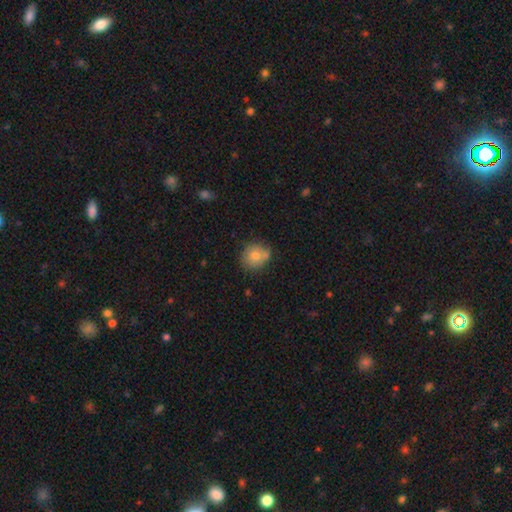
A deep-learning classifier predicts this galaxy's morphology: Q: Smooth or featured?
A: smooth (72%); runner-up: featured or disk (18%)
Q: How rounded?
A: round (80%); runner-up: in between (19%)
Q: Merging?
A: none (68%); runner-up: minor disturbance (18%)